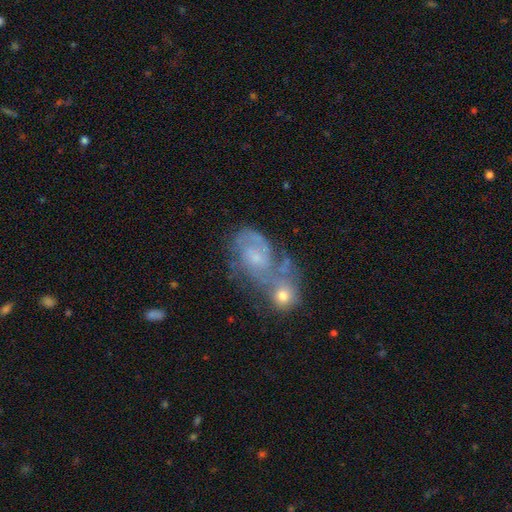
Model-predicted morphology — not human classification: This is likely a featured or disk galaxy (75%). It is clearly not viewed edge-on (97%). Bar: likely no (64%). Spiral arm pattern: clearly yes (88%). Spiral arm count: marginally 2 (43%). Spiral winding: possibly tight (46%). Central bulge: likely small (64%). Merging: possibly merger (46%).